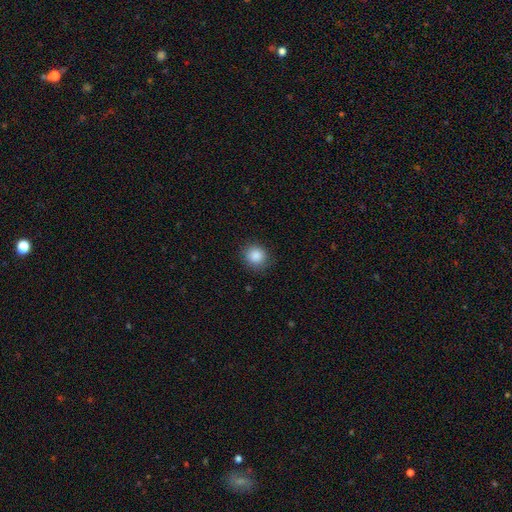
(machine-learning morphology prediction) Smooth or featured?
  - smooth: 87% *
  - star or artifact: 9%
  - featured or disk: 4%
How rounded?
  - round: 86% *
  - in between: 13%
  - cigar-shaped: 1%
Merging?
  - none: 86% *
  - minor disturbance: 10%
  - major disturbance: 3%
  - merger: 1%